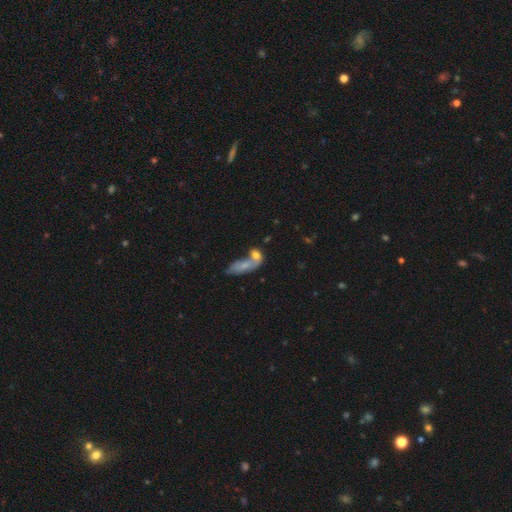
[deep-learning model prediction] smooth 67%, featured or disk 22%, star or artifact 11%. Down the decision tree: how rounded — in between (66%); merging — merger (57%).